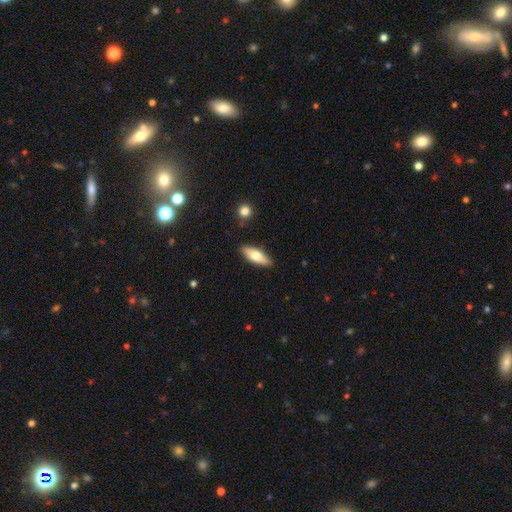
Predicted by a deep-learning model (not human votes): Smooth or featured: smooth — 70% (featured or disk — 24%)
How rounded: in between — 65% (cigar-shaped — 32%)
Merging: none — 87% (minor disturbance — 9%)